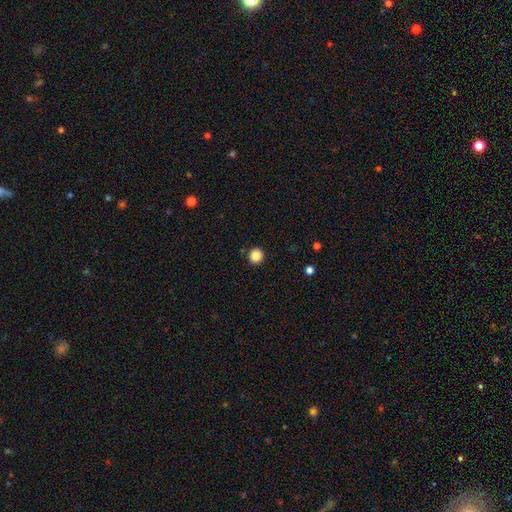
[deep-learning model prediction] Smooth or featured: smooth — 85% (star or artifact — 11%)
How rounded: round — 95% (in between — 4%)
Merging: none — 93% (minor disturbance — 4%)